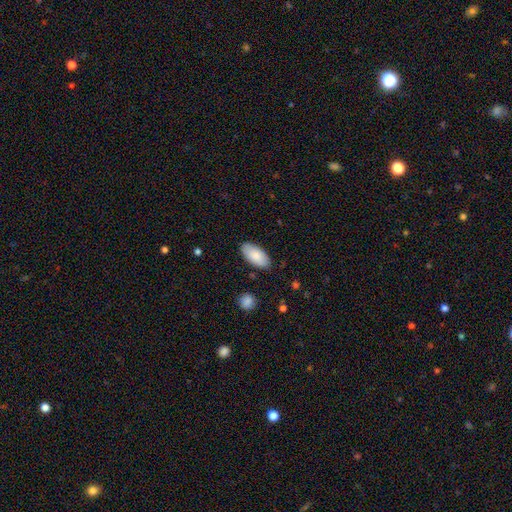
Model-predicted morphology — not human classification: Overall: smooth (85%). How rounded: in between (94%). Merging: none (85%).